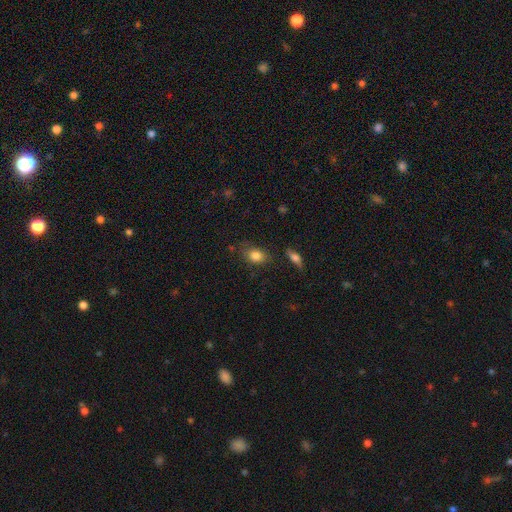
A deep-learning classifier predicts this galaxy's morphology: The model was most divided on "how rounded": in between: 72%, round: 26%, cigar-shaped: 2%. More confident: smooth or featured — smooth (83%); merging — none (68%).